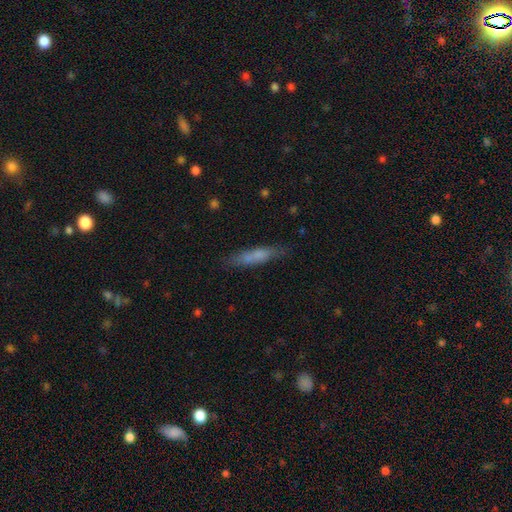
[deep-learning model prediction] A smooth galaxy with no disk features (66%) that is cigar-shaped (85%).

Vote fractions:
- Smooth or featured? smooth: 66% / featured or disk: 26% / star or artifact: 8%
- How rounded? cigar-shaped: 85% / in between: 13% / round: 2%
- Merging? none: 78% / minor disturbance: 15% / major disturbance: 4% / merger: 3%